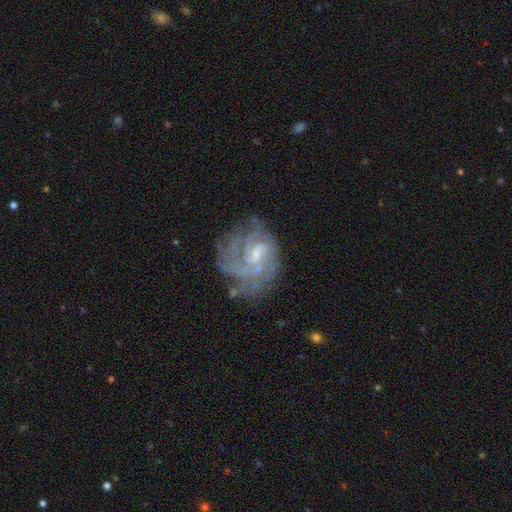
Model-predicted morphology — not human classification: smooth-or-featured: featured or disk: 76% | smooth: 14% | star or artifact: 10%
  disk-edge-on: no: 98% | yes: 2%
    bar: weak: 51% | no: 38% | strong: 10%
    has-spiral-arms: yes: 78% | no: 22%
      spiral-winding: tight: 46% | medium: 36% | loose: 18%
      spiral-arm-count: can't tell: 49% | 3: 15% | 2: 14% | 4: 10% | 1: 7% | more than 4: 5%
    bulge-size: small: 46% | moderate: 31% | none: 20% | large: 2% | dominant: 1%
  merging: none: 48% | major disturbance: 26% | minor disturbance: 21% | merger: 5%